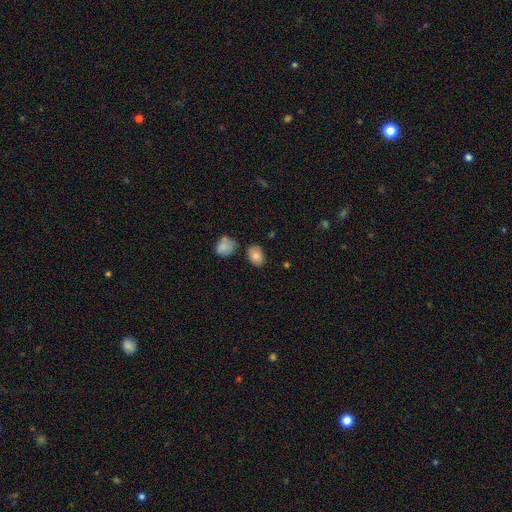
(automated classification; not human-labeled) This is likely a smooth galaxy (78%). How rounded: likely in between (79%). Merging: likely none (74%).